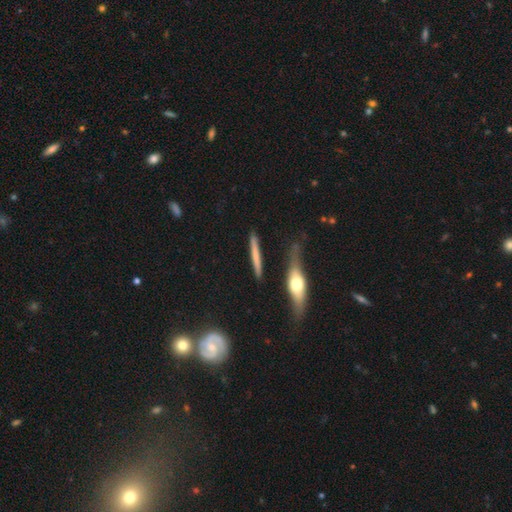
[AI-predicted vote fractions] Smooth or featured? smooth (55%)
How rounded? cigar-shaped (93%)
Merging? none (81%)